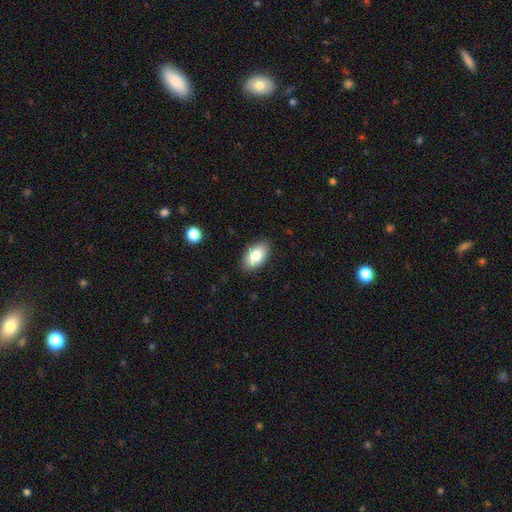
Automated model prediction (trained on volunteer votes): This is clearly a smooth galaxy (83%). How rounded: clearly in between (94%). Merging: clearly none (87%).